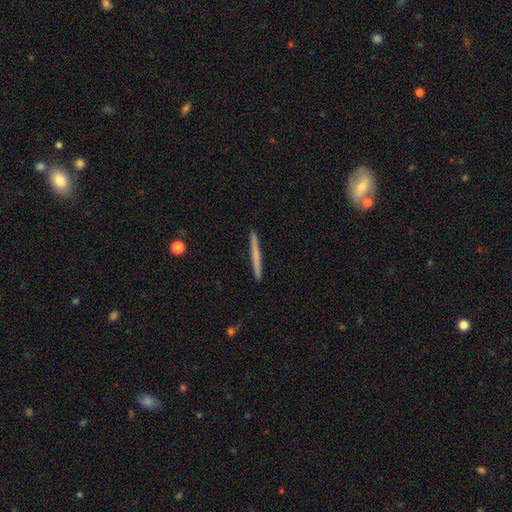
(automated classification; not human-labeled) Morphology: type=smooth (57%); roundness=cigar-shaped (97%); merging=none (93%).